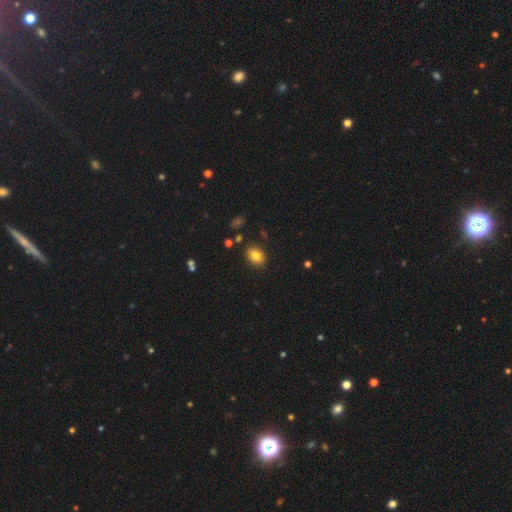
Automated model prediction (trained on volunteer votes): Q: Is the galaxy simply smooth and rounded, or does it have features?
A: smooth — 82%.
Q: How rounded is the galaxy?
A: in between — 53%.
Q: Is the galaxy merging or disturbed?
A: none — 87%.